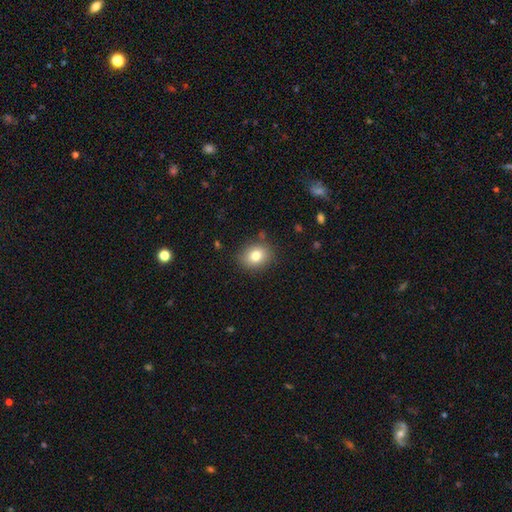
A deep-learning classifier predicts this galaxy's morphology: Smooth or featured? smooth (79%)
How rounded? round (57%)
Merging? none (85%)